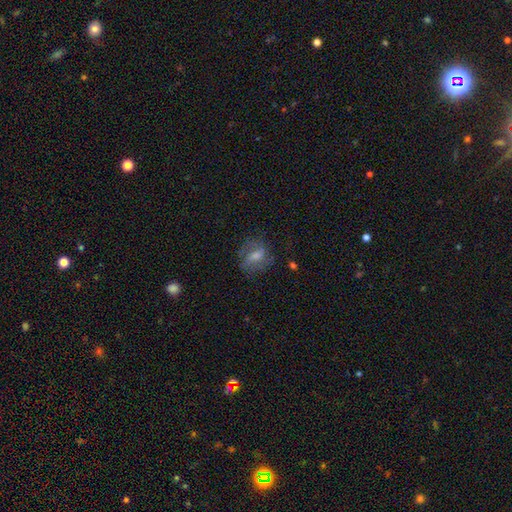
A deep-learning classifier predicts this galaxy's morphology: The model was most divided on "smooth or featured": featured or disk: 45%, smooth: 40%, star or artifact: 15%. More confident: merging — none (68%).